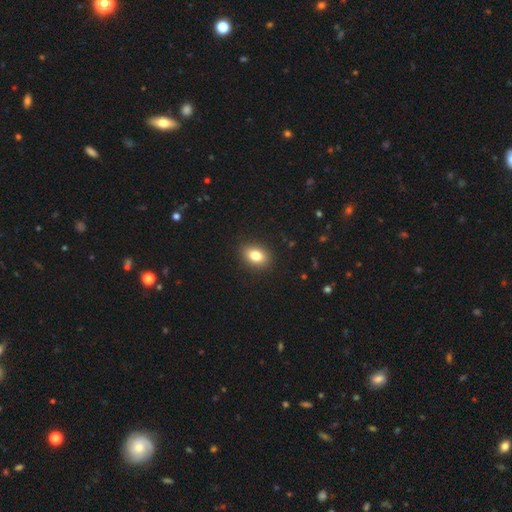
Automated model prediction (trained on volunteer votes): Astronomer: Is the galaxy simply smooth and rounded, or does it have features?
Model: smooth — 82%.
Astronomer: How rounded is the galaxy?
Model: in between — 77%.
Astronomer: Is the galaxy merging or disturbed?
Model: none — 89%.